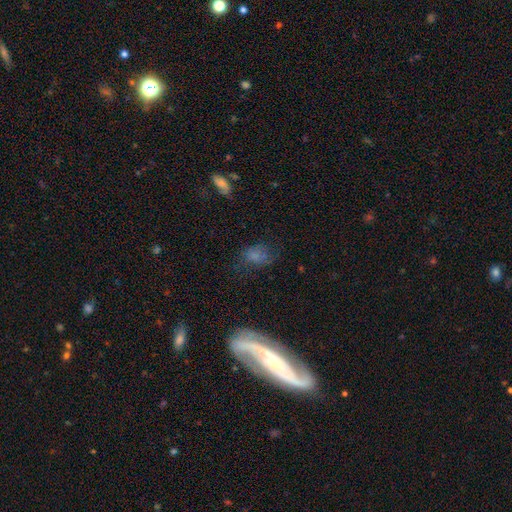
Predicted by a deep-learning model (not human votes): A smooth galaxy with no disk features (61%) that is in between round and cigar-shaped (71%).

Vote fractions:
- Smooth or featured? smooth: 61% / star or artifact: 20% / featured or disk: 19%
- How rounded? in between: 71% / round: 27% / cigar-shaped: 2%
- Merging? none: 52% / minor disturbance: 25% / major disturbance: 20% / merger: 3%